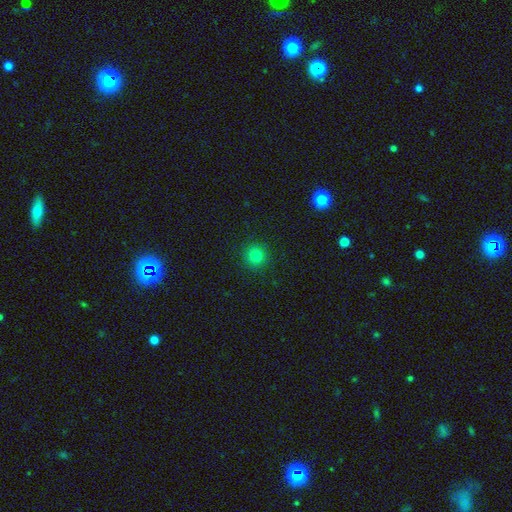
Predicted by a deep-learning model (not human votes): smooth_or_featured: smooth (p=0.82) [alt: star or artifact p=0.14]
how_rounded: round (p=0.94) [alt: in between p=0.05]
merging: none (p=0.91) [alt: minor disturbance p=0.06]